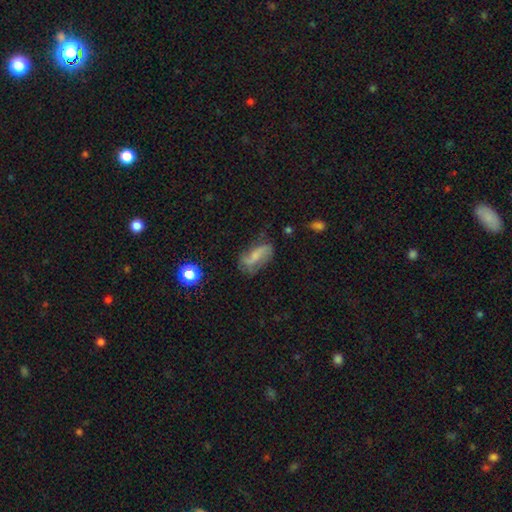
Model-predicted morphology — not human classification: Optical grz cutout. It shows a featured or disk galaxy (58%) with a weak bar (40%), spiral arms (85%) and a small central bulge (43%). Merging: none (55%).